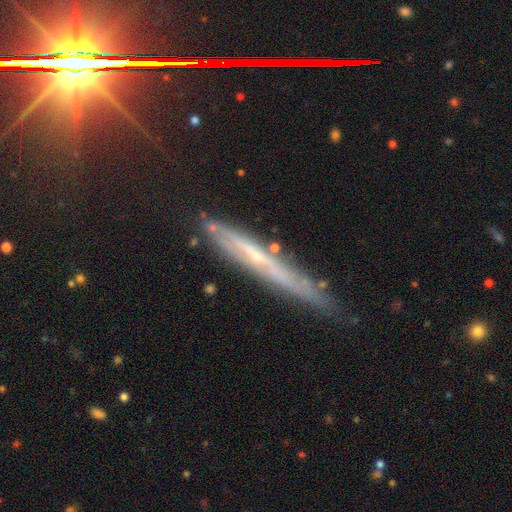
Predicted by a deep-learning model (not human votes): A featured or disk galaxy (66%) viewed edge-on (84%) with no central bulge (69%).

Vote fractions:
- Smooth or featured? featured or disk: 66% / smooth: 26% / star or artifact: 9%
- Edge-on disk? yes: 84% / no: 16%
- Edge-on bulge? none: 69% / rounded: 25% / boxy: 6%
- Merging? none: 71% / minor disturbance: 21% / major disturbance: 5% / merger: 3%